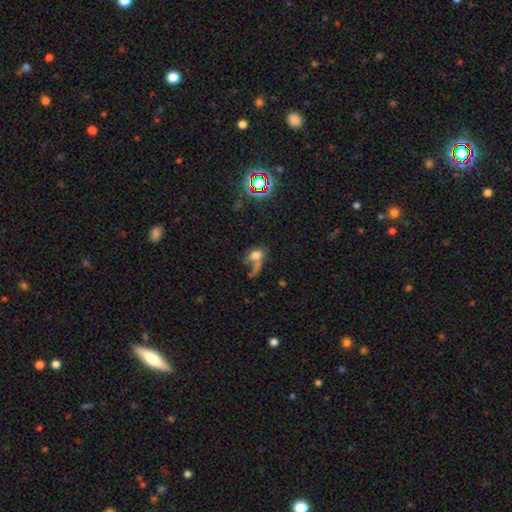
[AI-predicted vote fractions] Q: Smooth or featured?
A: smooth (60%); runner-up: featured or disk (22%)
Q: How rounded?
A: in between (68%); runner-up: round (26%)
Q: Merging?
A: major disturbance (30%); runner-up: merger (29%)